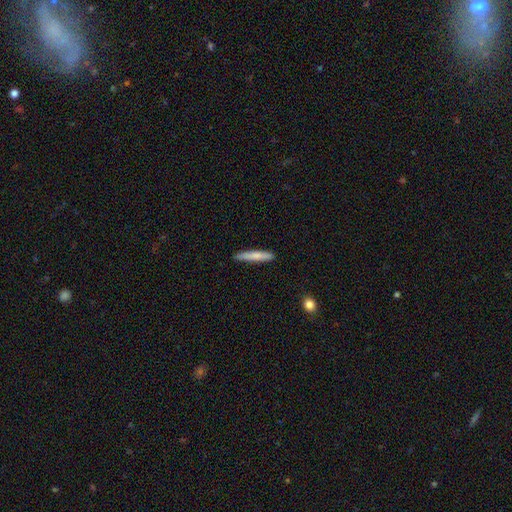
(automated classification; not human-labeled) smooth_or_featured: smooth (p=0.76) [alt: featured or disk p=0.18]
how_rounded: cigar-shaped (p=0.92) [alt: in between p=0.06]
merging: none (p=0.86) [alt: minor disturbance p=0.11]